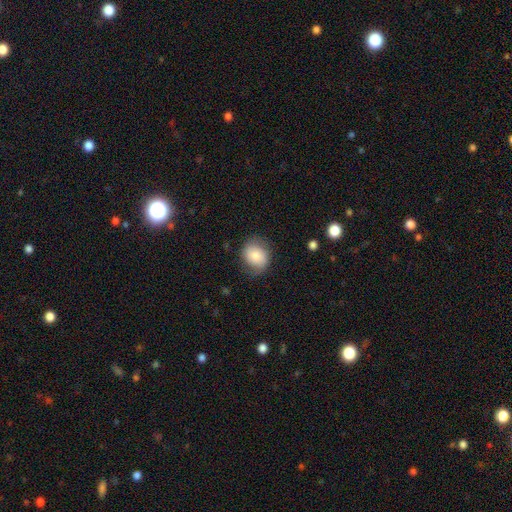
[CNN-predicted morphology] A smooth galaxy with no disk features (75%) that is round (60%). Merging: none (70%).